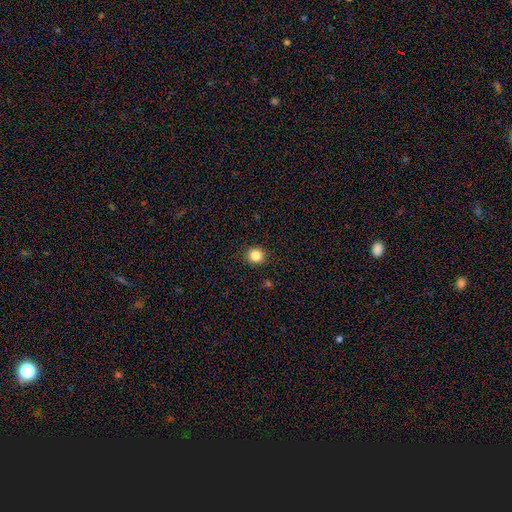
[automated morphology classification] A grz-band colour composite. It shows a smooth galaxy with no disk features (84%) that is round (88%). Merging: none (91%).